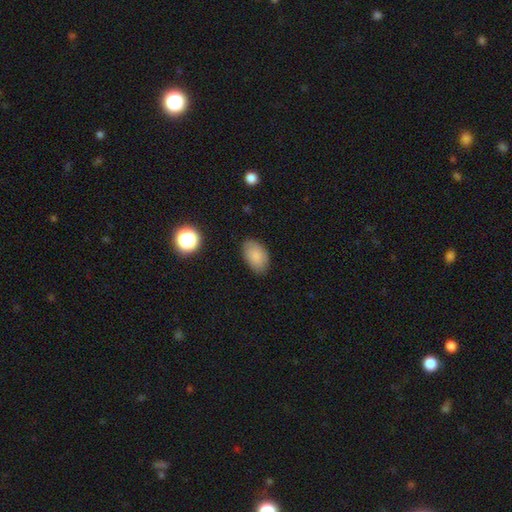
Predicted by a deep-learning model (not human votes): A smooth galaxy with no disk features (85%) that is in between round and cigar-shaped (89%). Merging: none (81%).